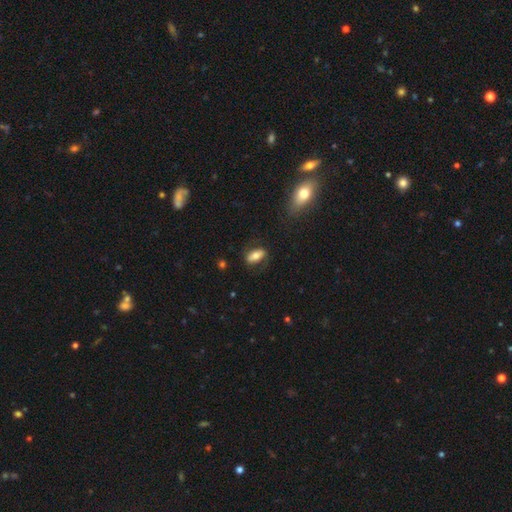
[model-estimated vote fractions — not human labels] Overall: smooth (64%; featured or disk 28%). How rounded: in between (81%). Merging: none (75%).